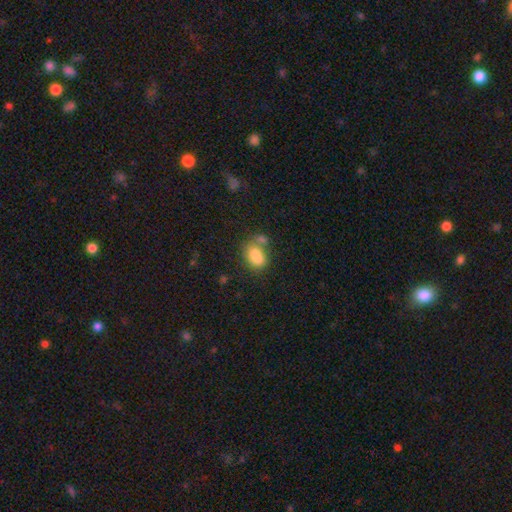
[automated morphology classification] Q: Smooth or featured?
A: smooth (82%); runner-up: featured or disk (9%)
Q: How rounded?
A: in between (83%); runner-up: round (15%)
Q: Merging?
A: none (42%); runner-up: merger (31%)